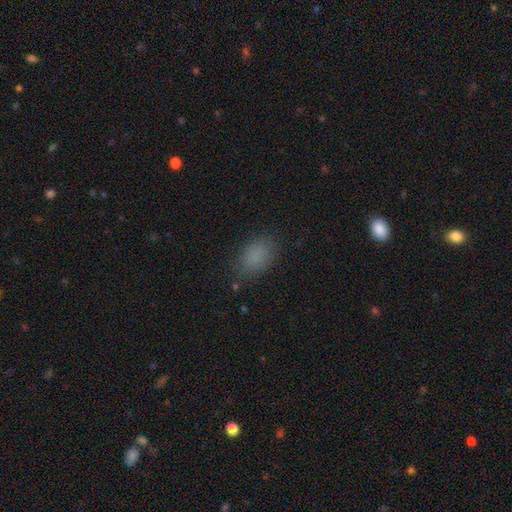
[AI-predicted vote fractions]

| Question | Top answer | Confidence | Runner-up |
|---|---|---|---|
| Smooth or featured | smooth | 83% | star or artifact (12%) |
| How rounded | in between | 87% | round (11%) |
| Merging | none | 81% | minor disturbance (14%) |